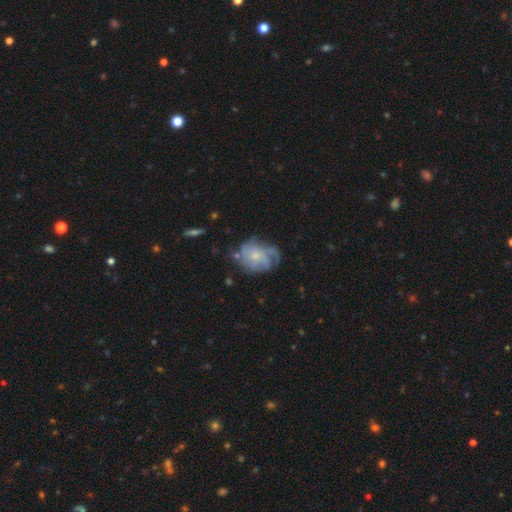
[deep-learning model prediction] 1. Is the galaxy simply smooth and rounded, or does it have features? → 68% featured or disk, 23% smooth, 8% star or artifact.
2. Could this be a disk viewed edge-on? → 97% no, 3% yes.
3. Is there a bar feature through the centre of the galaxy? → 79% no, 19% weak, 2% strong.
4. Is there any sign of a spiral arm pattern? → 84% yes, 16% no.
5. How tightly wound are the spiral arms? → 42% tight, 37% medium, 22% loose.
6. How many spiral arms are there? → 41% can't tell, 19% 4, 17% 3, 9% 2, 7% more than 4, 6% 1.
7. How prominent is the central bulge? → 60% small, 31% moderate, 6% none, 2% large, 1% dominant.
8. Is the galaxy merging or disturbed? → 53% none, 25% minor disturbance, 19% major disturbance, 3% merger.